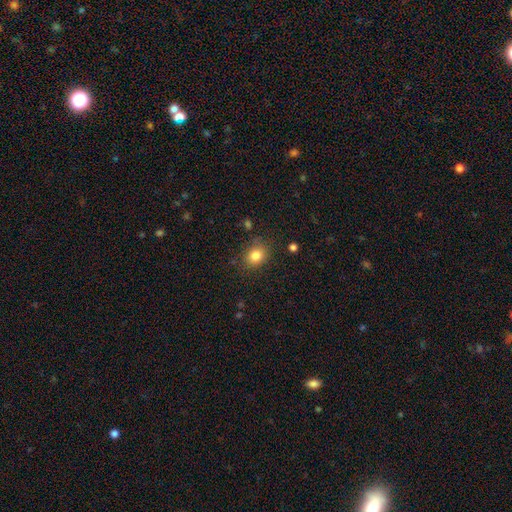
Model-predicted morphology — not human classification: This appears to be a smooth galaxy with no disk features (83%) that is round (50%). Merging: none (81%).